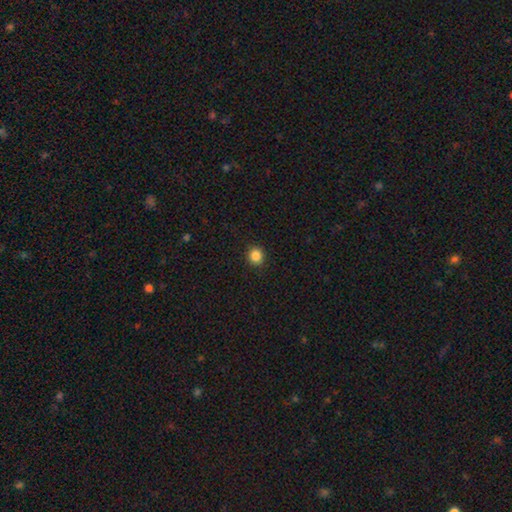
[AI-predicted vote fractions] This appears to be a smooth galaxy with no disk features (85%) that is round (84%). Merging: none (91%).